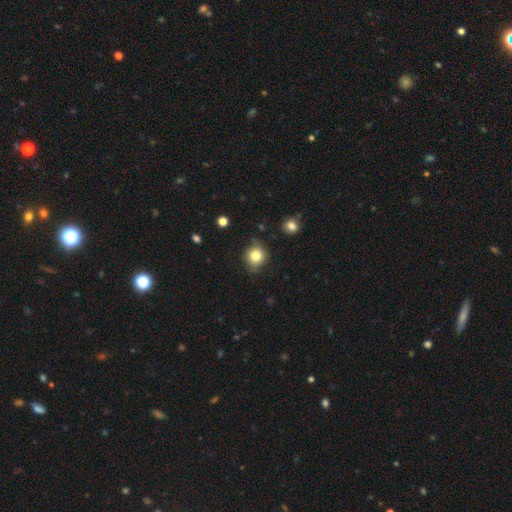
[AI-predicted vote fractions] The model was most divided on "merging": none: 77%, minor disturbance: 18%, major disturbance: 3%, merger: 2%. More confident: how rounded — round (82%); smooth or featured — smooth (81%).